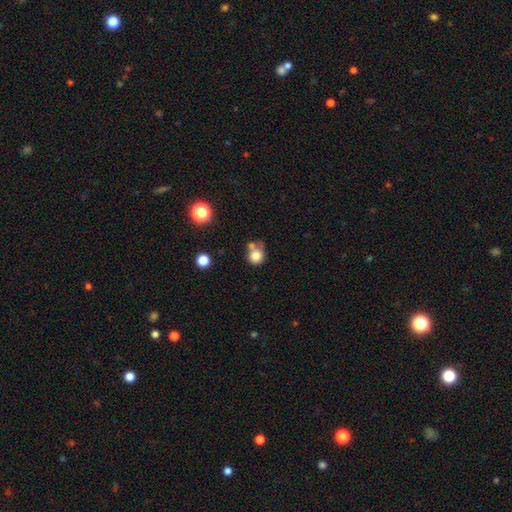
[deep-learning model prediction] smooth 79%, star or artifact 11%, featured or disk 10%. Down the decision tree: how rounded — round (83%); merging — none (49%).